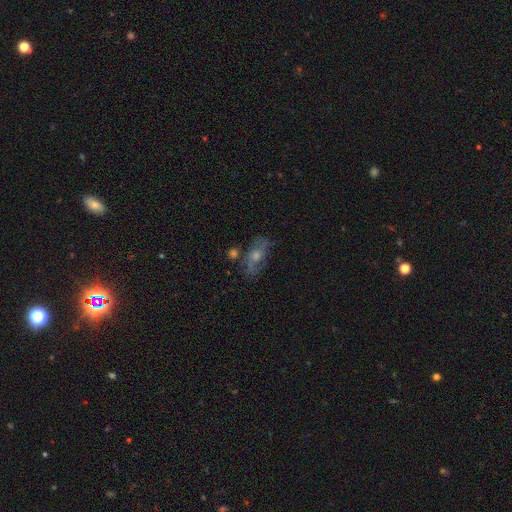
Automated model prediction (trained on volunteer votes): The model was most divided on "smooth or featured": featured or disk: 57%, smooth: 28%, star or artifact: 15%. More confident: edge-on disk — no (84%); merging — none (66%).